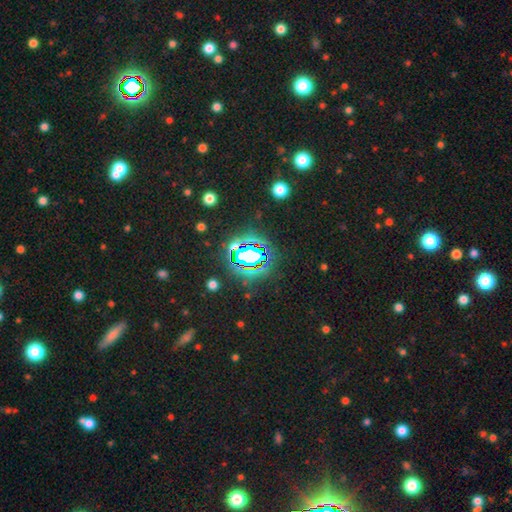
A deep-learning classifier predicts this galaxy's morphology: Q: Smooth or featured?
A: star or artifact (74%); runner-up: smooth (15%)